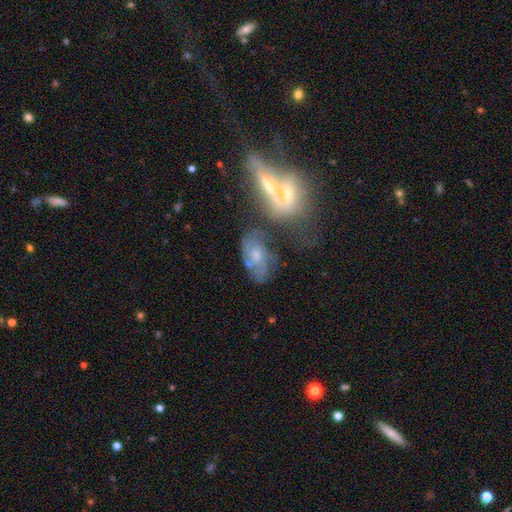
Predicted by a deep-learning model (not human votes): The model was most divided on "bulge size": moderate: 50%, small: 38%, none: 6%, large: 4%, dominant: 1%. Remaining: edge-on disk — no (93%); spiral arms — yes (77%); bar — no (73%); smooth or featured — featured or disk (65%); merging — none (45%).